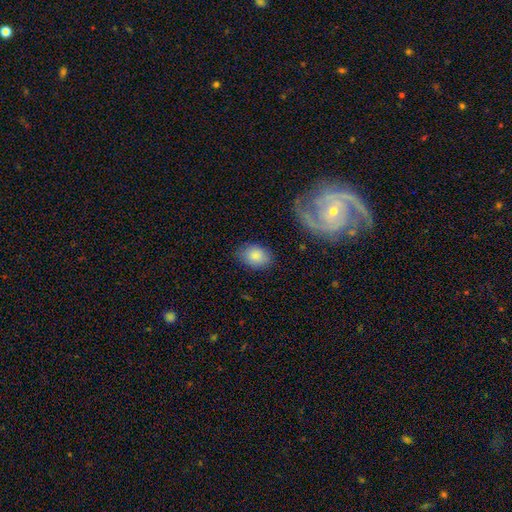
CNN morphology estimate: smooth_or_featured: smooth (p=0.84) [alt: featured or disk p=0.09]
how_rounded: in between (p=0.74) [alt: round p=0.24]
merging: none (p=0.82) [alt: minor disturbance p=0.13]